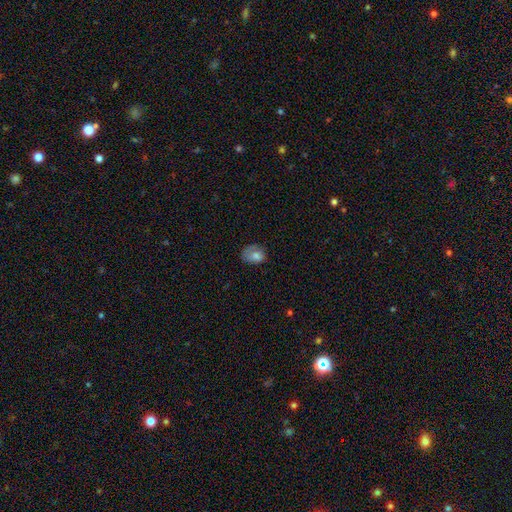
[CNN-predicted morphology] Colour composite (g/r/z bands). It shows a smooth galaxy with no disk features (72%) that is in between round and cigar-shaped (60%). Merging: none (46%).